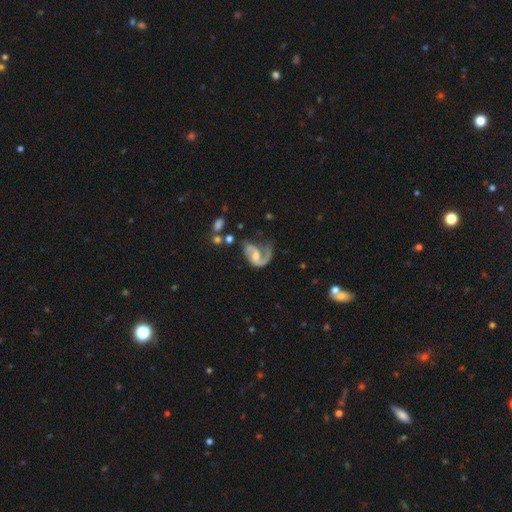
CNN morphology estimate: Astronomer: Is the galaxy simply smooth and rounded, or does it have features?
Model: featured or disk — 86%.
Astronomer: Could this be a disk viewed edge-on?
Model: no — 98%.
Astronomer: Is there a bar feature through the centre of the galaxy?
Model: no — 47% (runner-up: weak, 40%).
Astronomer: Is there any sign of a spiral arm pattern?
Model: yes — 94%.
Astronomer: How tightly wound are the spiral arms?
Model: medium — 43% (runner-up: loose, 42%).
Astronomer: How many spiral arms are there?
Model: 2 — 59% (runner-up: 1, 35%).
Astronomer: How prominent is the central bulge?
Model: moderate — 47% (runner-up: small, 39%).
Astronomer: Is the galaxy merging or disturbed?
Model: none — 40% (runner-up: major disturbance, 32%).